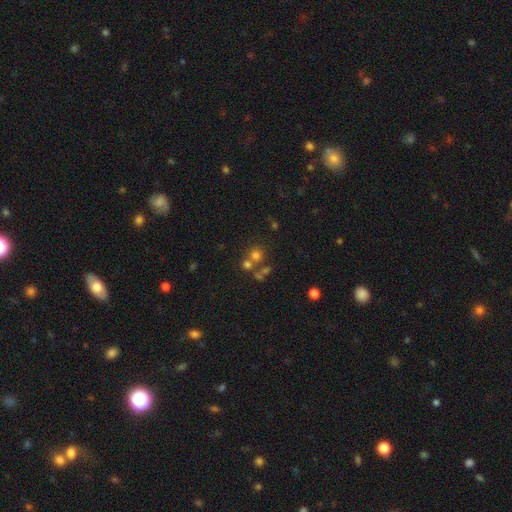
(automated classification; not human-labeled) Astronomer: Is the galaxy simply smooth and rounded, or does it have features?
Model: smooth — 65%.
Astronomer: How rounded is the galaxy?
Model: round — 88%.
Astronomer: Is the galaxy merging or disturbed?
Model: none — 58%.